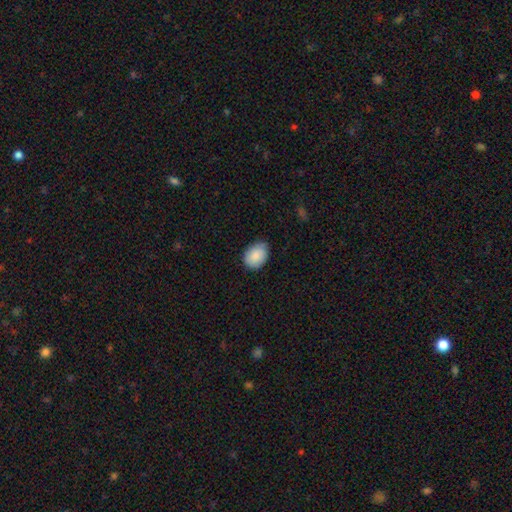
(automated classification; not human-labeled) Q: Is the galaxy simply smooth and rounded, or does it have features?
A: smooth — 86%.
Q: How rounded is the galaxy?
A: in between — 69%.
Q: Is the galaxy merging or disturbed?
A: none — 73%.